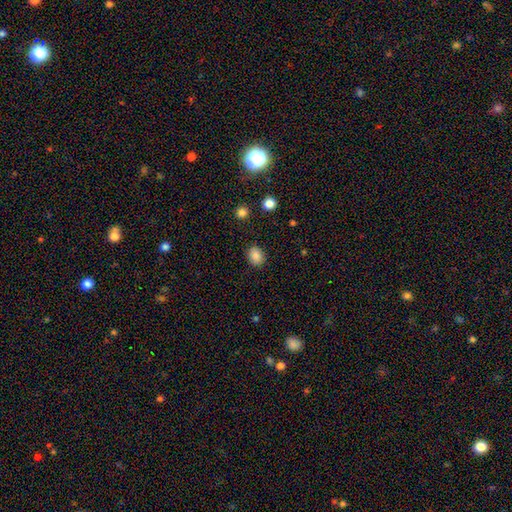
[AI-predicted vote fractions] Smooth or featured?
  - smooth: 86% *
  - star or artifact: 10%
  - featured or disk: 4%
How rounded?
  - round: 52% *
  - in between: 47%
  - cigar-shaped: 1%
Merging?
  - none: 88% *
  - minor disturbance: 9%
  - major disturbance: 2%
  - merger: 1%